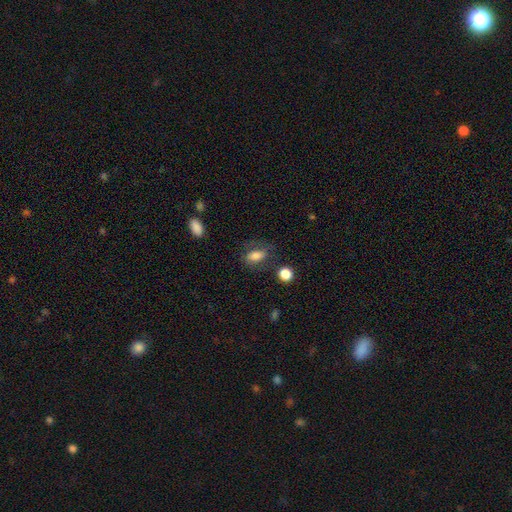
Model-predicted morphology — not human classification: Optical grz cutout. It shows a smooth galaxy with no disk features (73%) that is in between round and cigar-shaped (84%). Merging: none (63%).